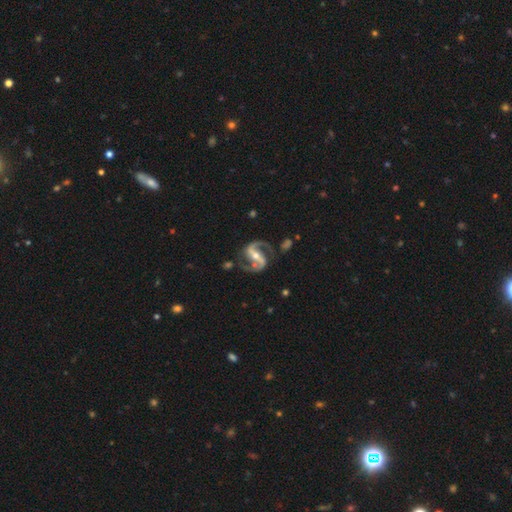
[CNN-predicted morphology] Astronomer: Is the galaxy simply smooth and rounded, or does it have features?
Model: featured or disk — 93%.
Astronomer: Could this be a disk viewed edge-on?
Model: no — 98%.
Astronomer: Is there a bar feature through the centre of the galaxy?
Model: strong — 65%.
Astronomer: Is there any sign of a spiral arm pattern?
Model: yes — 98%.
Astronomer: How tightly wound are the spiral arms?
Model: medium — 61%.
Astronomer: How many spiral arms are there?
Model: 2 — 94%.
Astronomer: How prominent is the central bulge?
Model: moderate — 50% (runner-up: small, 46%).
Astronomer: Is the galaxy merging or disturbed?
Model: none — 79%.